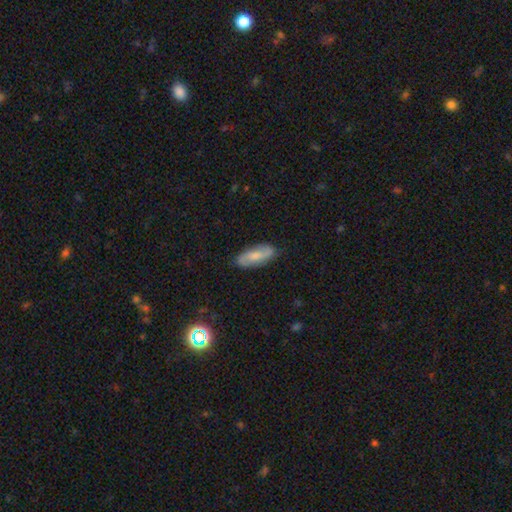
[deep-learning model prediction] A smooth galaxy with no disk features (49%). Merging: none (82%).